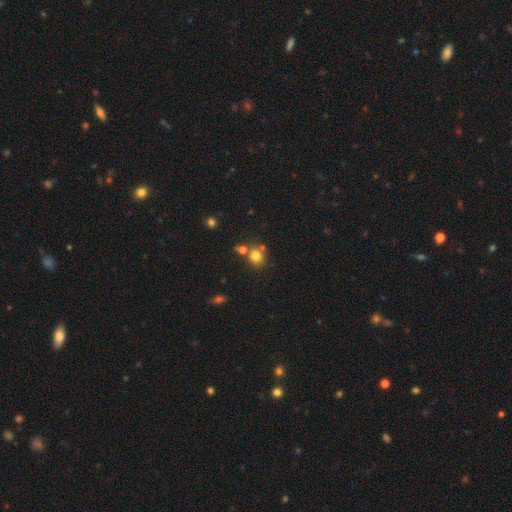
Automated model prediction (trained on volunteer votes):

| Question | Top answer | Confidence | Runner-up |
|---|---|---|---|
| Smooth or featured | smooth | 78% | star or artifact (14%) |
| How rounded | round | 80% | in between (19%) |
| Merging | none | 64% | merger (22%) |